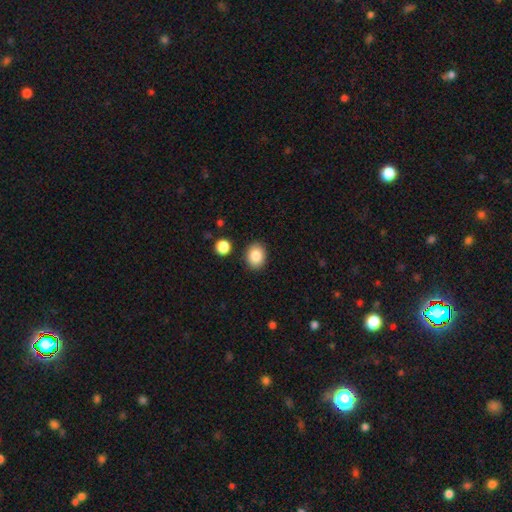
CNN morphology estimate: Smooth or featured? smooth (86%)
How rounded? round (53%)
Merging? none (88%)